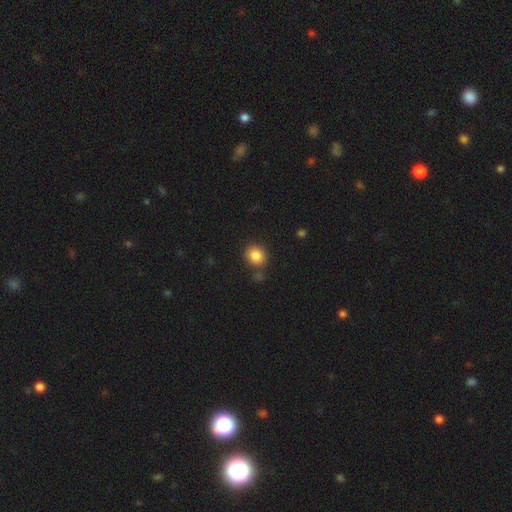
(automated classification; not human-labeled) Smooth or featured? smooth (85%)
How rounded? round (73%)
Merging? none (77%)